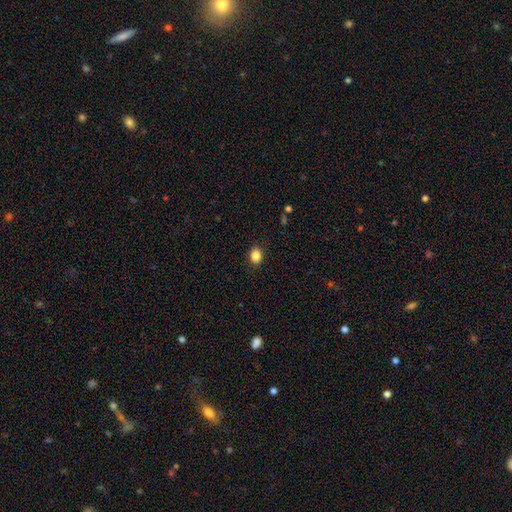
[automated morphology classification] Smooth or featured? Predicted: smooth (p=0.87). How rounded? Predicted: in between (p=0.52). Merging? Predicted: none (p=0.89).